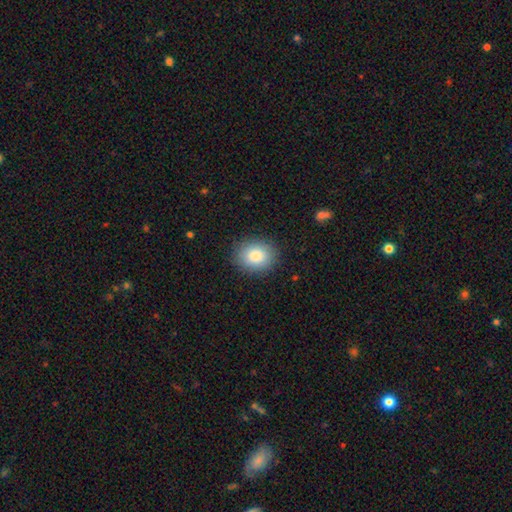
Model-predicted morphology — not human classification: The model was most divided on "how rounded": round: 56%, in between: 43%, cigar-shaped: 1%. More confident: merging — none (88%); smooth or featured — smooth (86%).